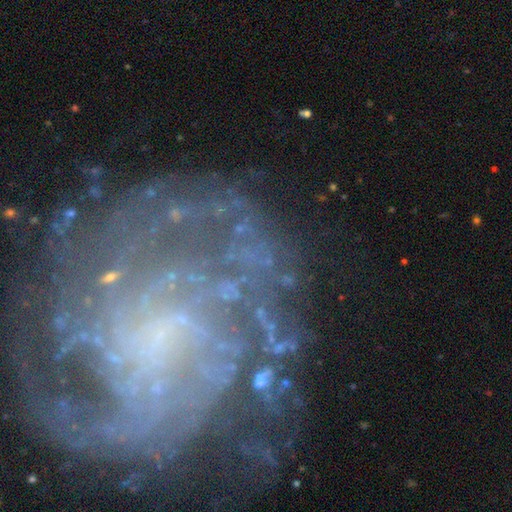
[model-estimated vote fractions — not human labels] Morphology: type=featured or disk (77%); edge-on=no (98%); bar=no (63%); spiral arms=yes (86%); winding=tight (55%); arm count=can't tell (39%); bulge=none (45%); merging=none (63%).